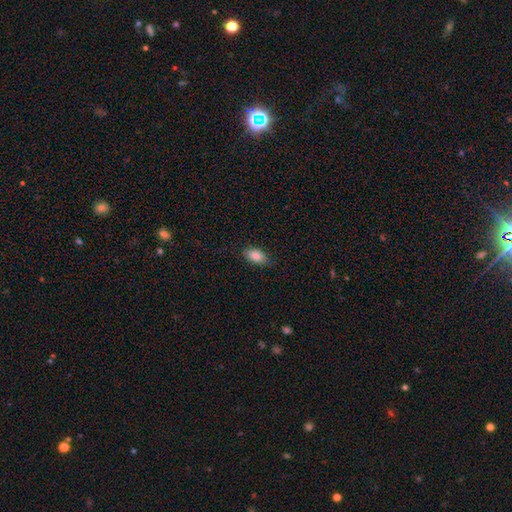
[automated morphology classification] A smooth galaxy with no disk features (86%) that is in between round and cigar-shaped (92%). Merging: none (84%).